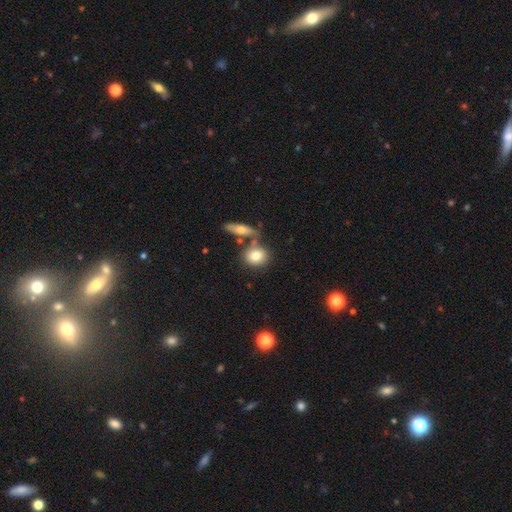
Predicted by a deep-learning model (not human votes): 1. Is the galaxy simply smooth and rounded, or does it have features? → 78% smooth, 15% featured or disk, 7% star or artifact.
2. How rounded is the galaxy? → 64% round, 33% in between, 3% cigar-shaped.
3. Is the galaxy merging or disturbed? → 58% none, 27% merger, 12% minor disturbance, 4% major disturbance.